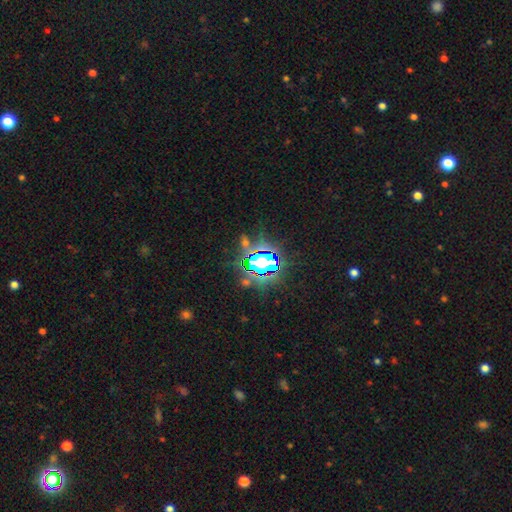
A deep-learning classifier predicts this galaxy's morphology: Smooth or featured?
  - star or artifact: 71% *
  - smooth: 18%
  - featured or disk: 11%